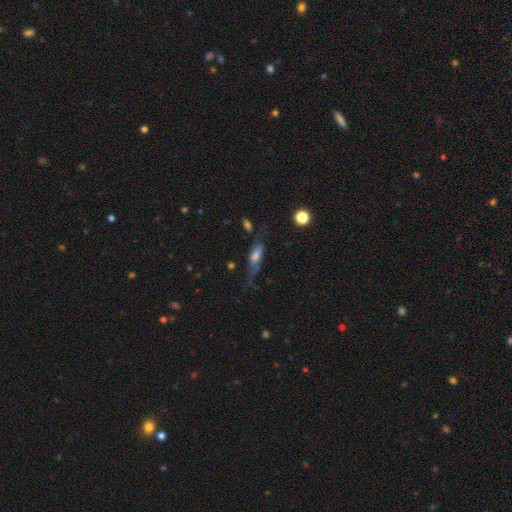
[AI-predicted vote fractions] smooth_or_featured: smooth (p=0.52) [alt: featured or disk p=0.37]
how_rounded: in between (p=0.50) [alt: cigar-shaped p=0.46]
merging: none (p=0.44) [alt: minor disturbance p=0.28]